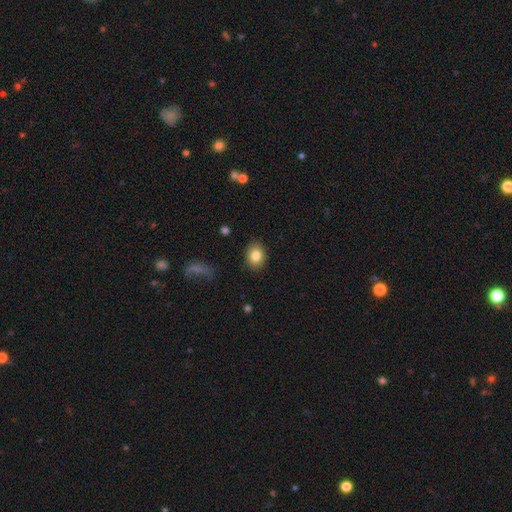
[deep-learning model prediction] A smooth galaxy with no disk features (82%) that is in between round and cigar-shaped (57%). Merging: none (87%).